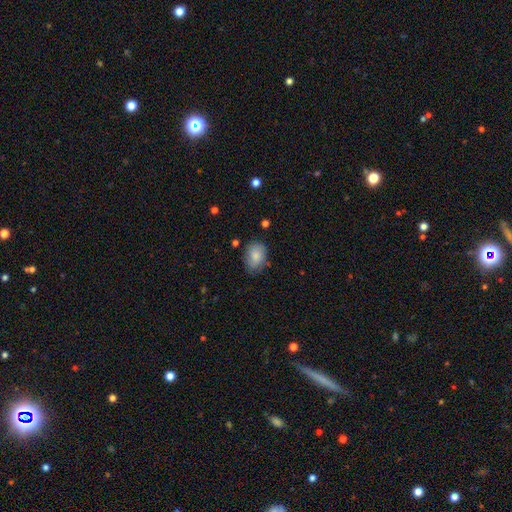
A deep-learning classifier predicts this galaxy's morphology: A smooth galaxy with no disk features (82%) that is in between round and cigar-shaped (72%).

Vote fractions:
- Smooth or featured? smooth: 82% / featured or disk: 11% / star or artifact: 7%
- How rounded? in between: 72% / round: 27% / cigar-shaped: 1%
- Merging? none: 70% / minor disturbance: 23% / major disturbance: 5% / merger: 2%